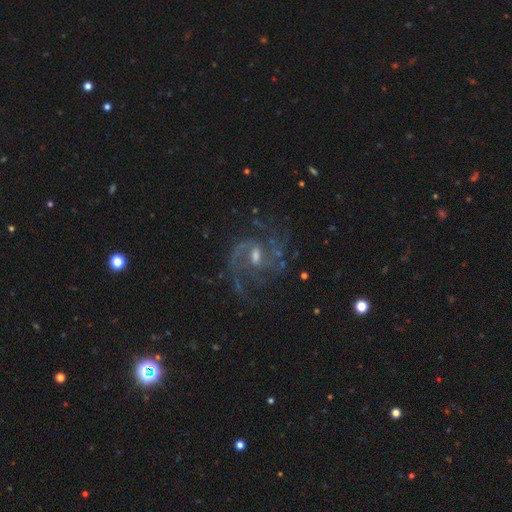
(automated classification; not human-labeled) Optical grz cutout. It shows a featured or disk galaxy (89%) with a weak bar (61%), 2 (62%) medium (54%) spiral arms (96%) and a moderate central bulge (48%). Merging: none (65%).